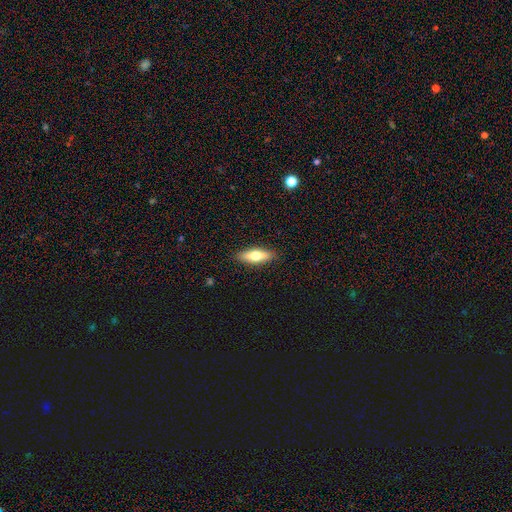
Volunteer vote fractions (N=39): smooth-or-featured: smooth: 49% | featured or disk: 44% | star or artifact: 8%
  how-rounded: in between: 68% | cigar-shaped: 32% | round: 0%
  merging: none: 92% | minor disturbance: 6% | major disturbance: 3% | merger: 0%